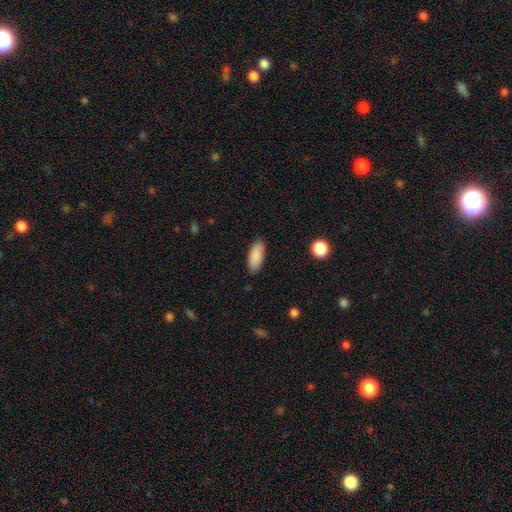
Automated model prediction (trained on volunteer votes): Q: Smooth or featured?
A: smooth (89%); runner-up: star or artifact (6%)
Q: How rounded?
A: in between (81%); runner-up: cigar-shaped (17%)
Q: Merging?
A: none (88%); runner-up: minor disturbance (9%)